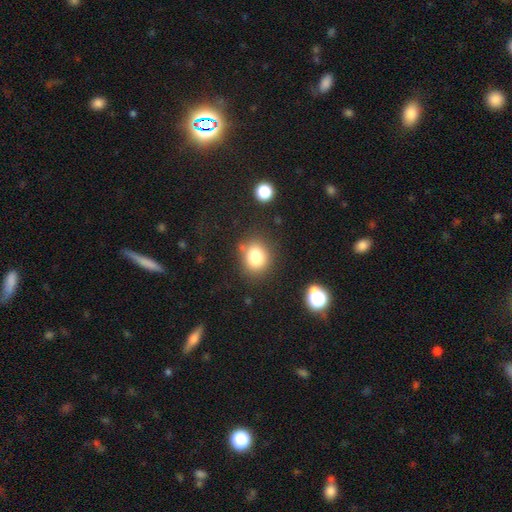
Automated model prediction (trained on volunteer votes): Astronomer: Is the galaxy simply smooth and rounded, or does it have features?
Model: smooth — 80%.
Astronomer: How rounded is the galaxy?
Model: round — 62%.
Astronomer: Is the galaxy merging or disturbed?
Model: none — 77%.